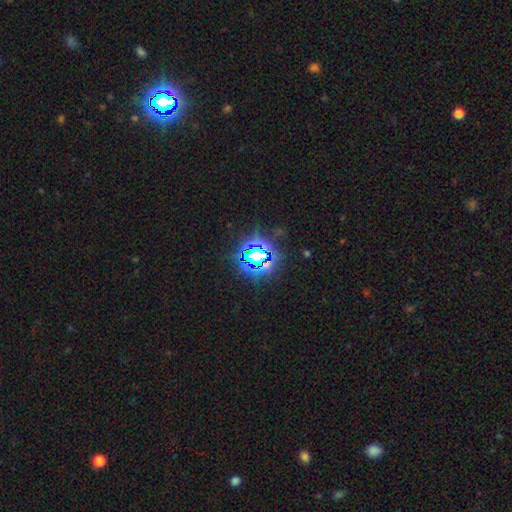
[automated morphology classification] Smooth or featured?
  - star or artifact: 72% *
  - smooth: 17%
  - featured or disk: 11%